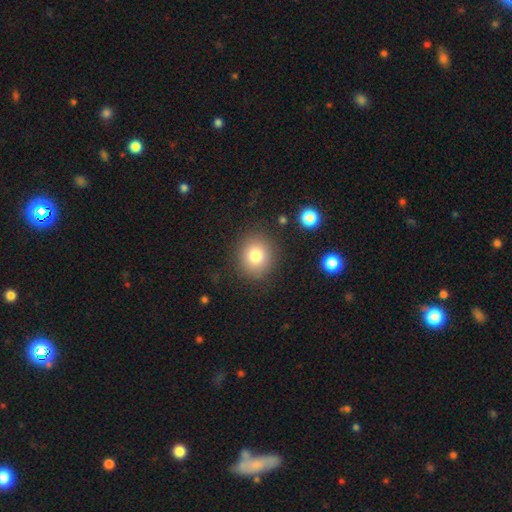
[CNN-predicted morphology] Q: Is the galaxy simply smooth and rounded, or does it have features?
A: smooth — 79%.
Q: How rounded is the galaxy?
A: round — 79%.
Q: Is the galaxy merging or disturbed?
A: none — 86%.